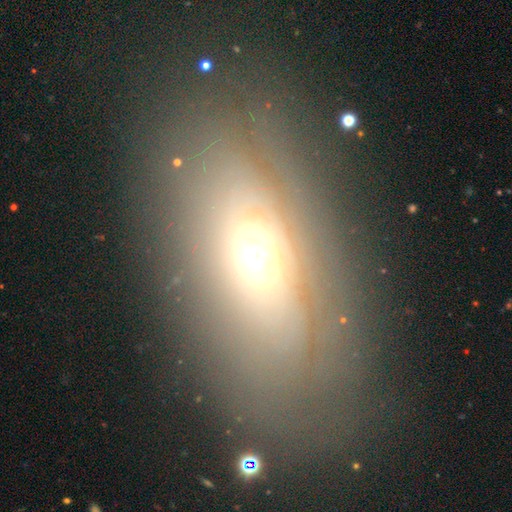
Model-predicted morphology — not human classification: Q: Smooth or featured?
A: featured or disk (58%); runner-up: smooth (30%)
Q: Edge-on disk?
A: no (78%); runner-up: yes (22%)
Q: Merging?
A: none (70%); runner-up: minor disturbance (17%)